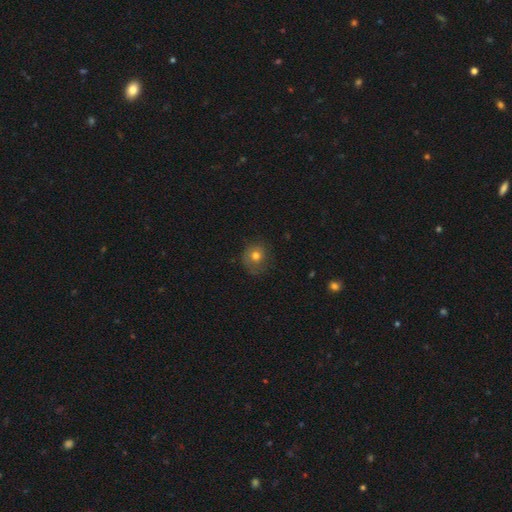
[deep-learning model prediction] Morphology: type=smooth (70%); roundness=round (82%); merging=none (68%).